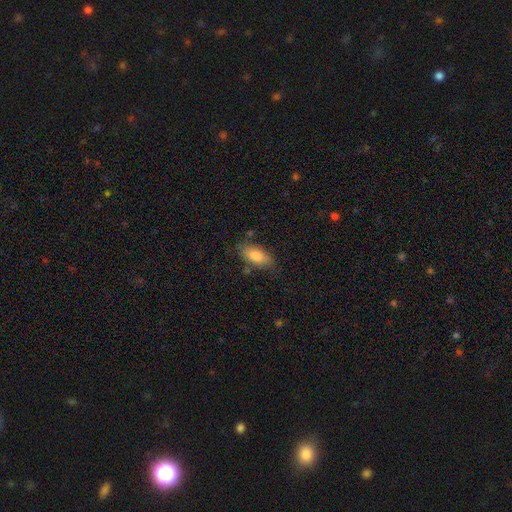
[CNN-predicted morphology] Smooth or featured? Predicted: smooth (p=0.80). How rounded? Predicted: in between (p=0.85). Merging? Predicted: none (p=0.76).